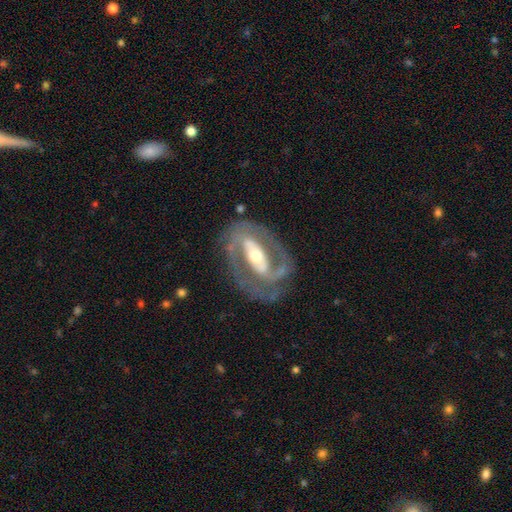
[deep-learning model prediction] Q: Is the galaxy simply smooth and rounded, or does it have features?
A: featured or disk — 85%.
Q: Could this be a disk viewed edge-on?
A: no — 93%.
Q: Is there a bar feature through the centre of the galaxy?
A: strong — 55%.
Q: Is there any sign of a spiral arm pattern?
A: yes — 82%.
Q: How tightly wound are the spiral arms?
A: medium — 43%.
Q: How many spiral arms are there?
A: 2 — 82%.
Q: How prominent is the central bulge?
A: moderate — 61%.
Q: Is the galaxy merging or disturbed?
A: none — 74%.